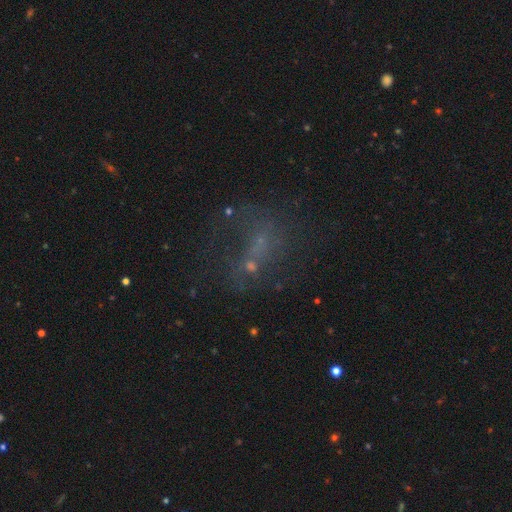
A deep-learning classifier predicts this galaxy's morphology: A star or artifact, not a galaxy (37%).